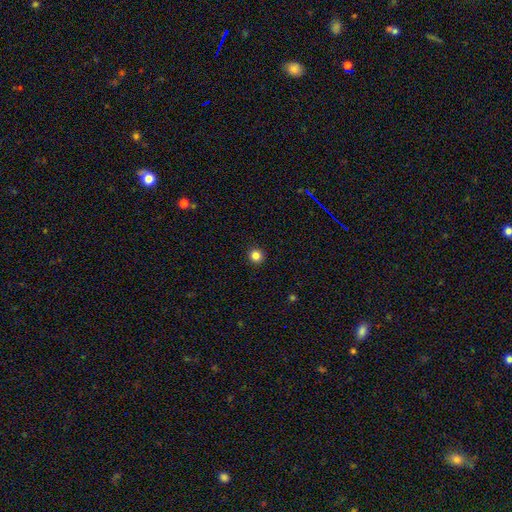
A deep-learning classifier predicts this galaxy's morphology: smooth 84%, star or artifact 12%, featured or disk 4%. Down the decision tree: how rounded — round (94%); merging — none (93%).